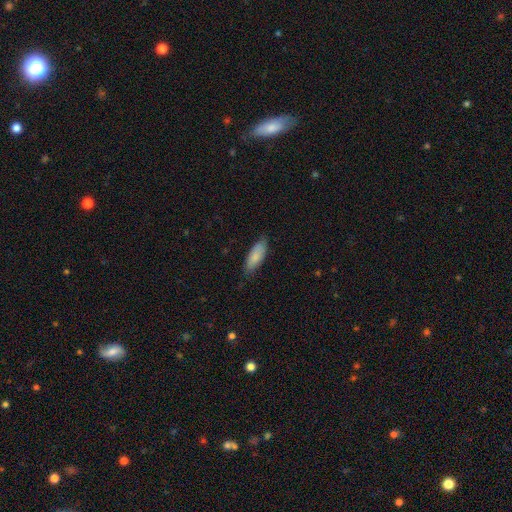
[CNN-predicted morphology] This appears to be a smooth galaxy with no disk features (83%) that is in between round and cigar-shaped (72%). Merging: none (78%).